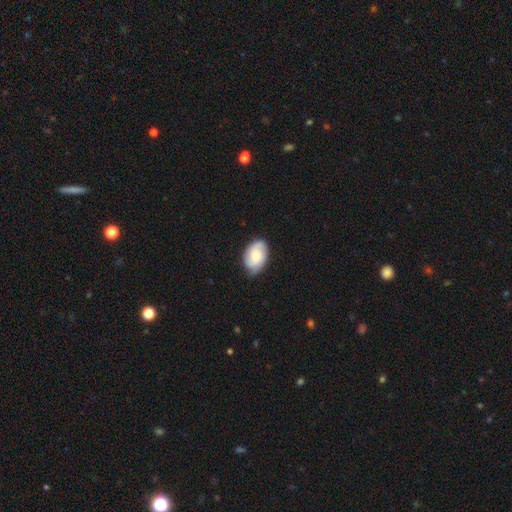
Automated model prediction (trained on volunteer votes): This appears to be a smooth galaxy with no disk features (57%) that is in between round and cigar-shaped (83%). Merging: none (79%).